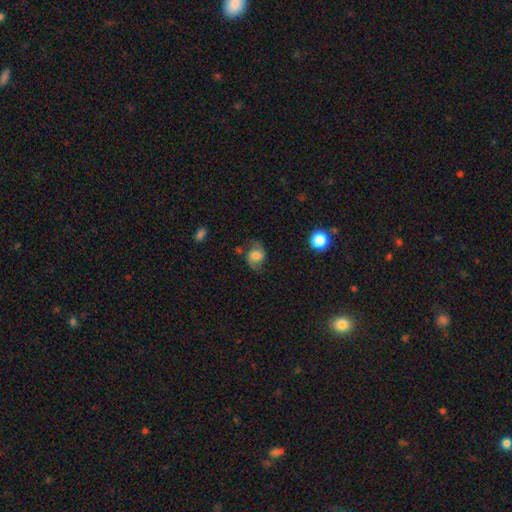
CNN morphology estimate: This is possibly a smooth galaxy (46%). Merging: likely none (66%).